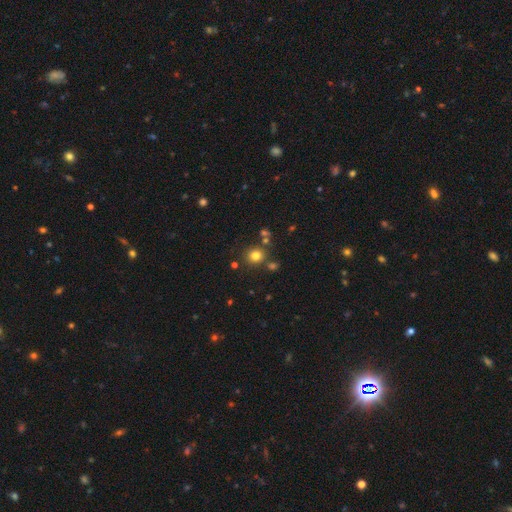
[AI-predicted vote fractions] smooth-or-featured: smooth: 77% | star or artifact: 16% | featured or disk: 7%
  how-rounded: round: 85% | in between: 14% | cigar-shaped: 1%
  merging: none: 79% | merger: 9% | minor disturbance: 9% | major disturbance: 3%